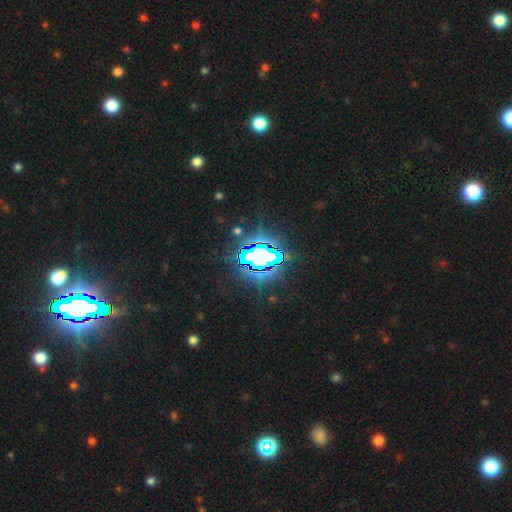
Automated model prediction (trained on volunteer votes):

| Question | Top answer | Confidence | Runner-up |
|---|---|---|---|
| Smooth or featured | star or artifact | 79% | smooth (12%) |